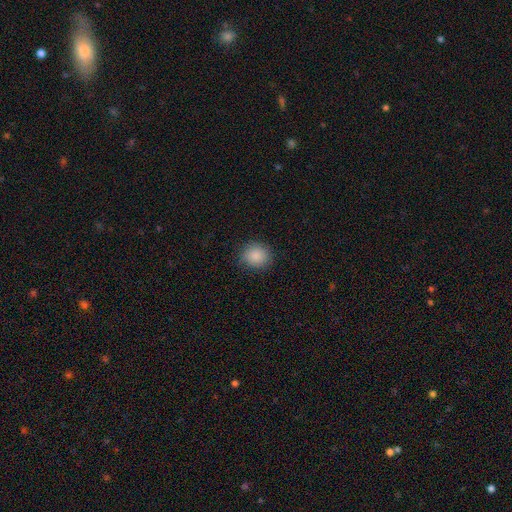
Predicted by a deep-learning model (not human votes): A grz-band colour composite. It shows a smooth galaxy with no disk features (88%) that is round (83%). Merging: none (85%).